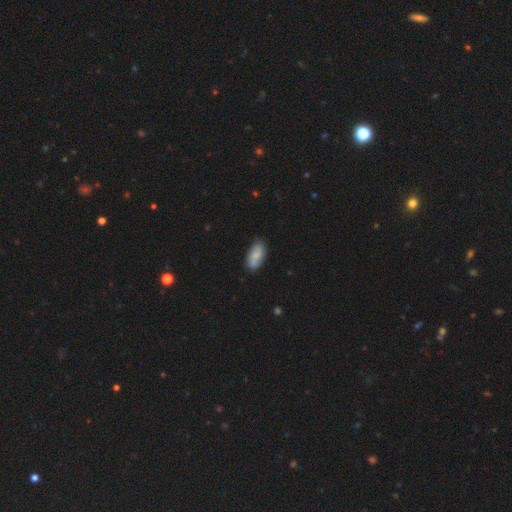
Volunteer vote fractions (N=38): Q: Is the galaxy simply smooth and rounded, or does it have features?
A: smooth — 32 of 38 (84%).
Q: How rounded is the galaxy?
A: in between — 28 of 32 (88%).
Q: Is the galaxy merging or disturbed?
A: none — 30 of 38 (79%).